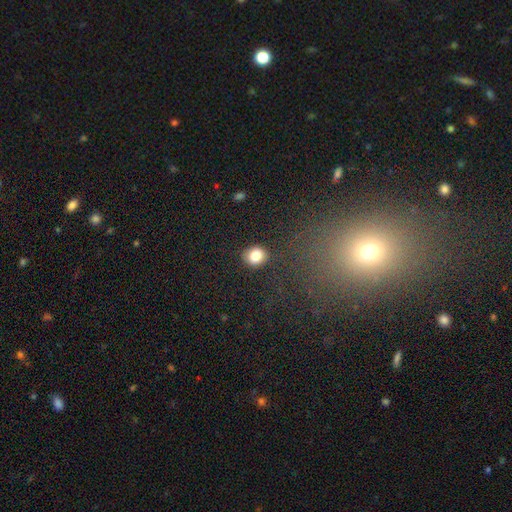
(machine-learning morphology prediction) Q: Smooth or featured?
A: smooth (83%); runner-up: star or artifact (10%)
Q: How rounded?
A: round (77%); runner-up: in between (22%)
Q: Merging?
A: none (88%); runner-up: minor disturbance (8%)